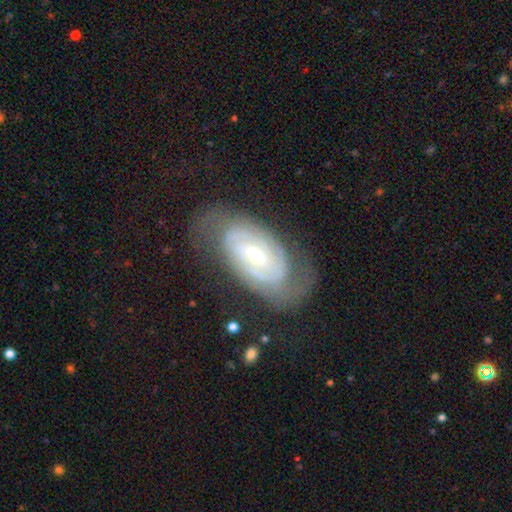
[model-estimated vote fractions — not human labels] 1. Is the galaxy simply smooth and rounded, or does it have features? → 86% featured or disk, 9% smooth, 6% star or artifact.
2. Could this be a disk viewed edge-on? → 95% no, 5% yes.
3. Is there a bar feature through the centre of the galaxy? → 47% weak, 35% no, 18% strong.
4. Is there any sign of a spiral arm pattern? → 96% yes, 4% no.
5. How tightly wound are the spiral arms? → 71% tight, 24% medium, 5% loose.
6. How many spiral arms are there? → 64% 2, 19% can't tell, 9% 3, 3% 4, 3% 1, 2% more than 4.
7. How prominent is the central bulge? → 51% moderate, 43% small, 3% large, 1% none, 1% dominant.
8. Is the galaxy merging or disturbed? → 71% none, 19% minor disturbance, 9% major disturbance, 1% merger.